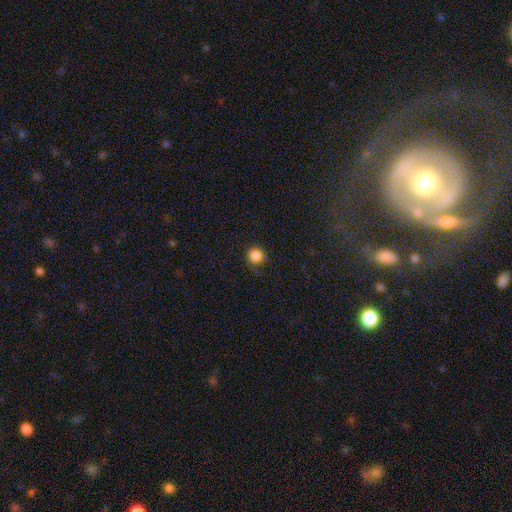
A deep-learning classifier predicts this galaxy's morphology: This appears to be a smooth galaxy with no disk features (86%) that is round (93%). Merging: none (84%).